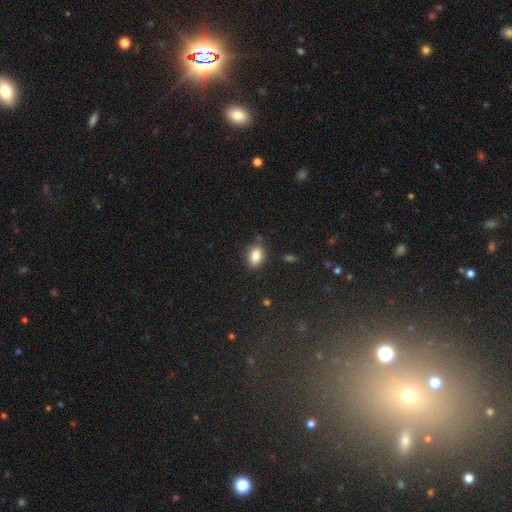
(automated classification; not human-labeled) smooth_or_featured: smooth (p=0.83) [alt: star or artifact p=0.09]
how_rounded: in between (p=0.85) [alt: round p=0.12]
merging: none (p=0.78) [alt: minor disturbance p=0.15]